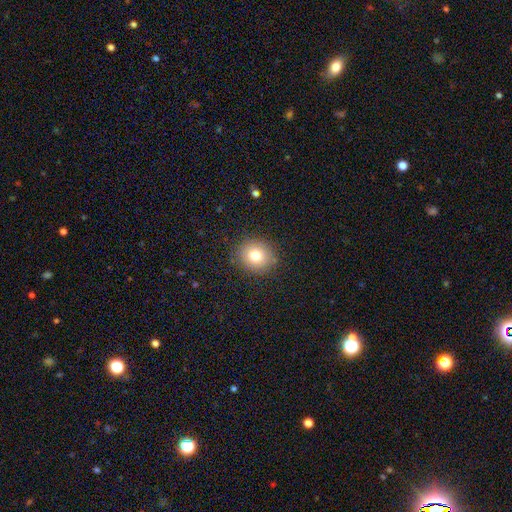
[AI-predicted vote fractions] Smooth or featured? smooth (77%)
How rounded? round (78%)
Merging? none (87%)